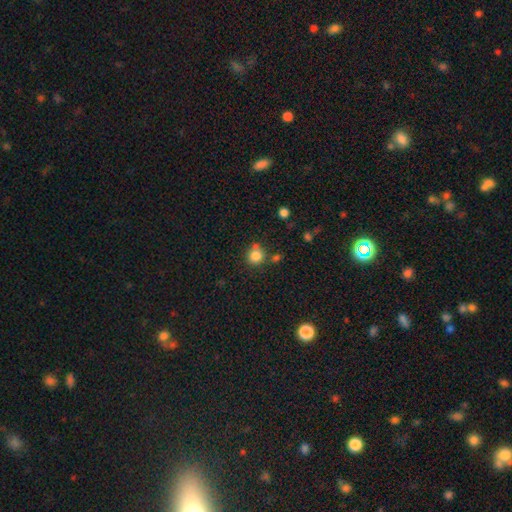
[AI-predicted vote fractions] Smooth or featured? smooth (83%)
How rounded? round (88%)
Merging? none (66%)